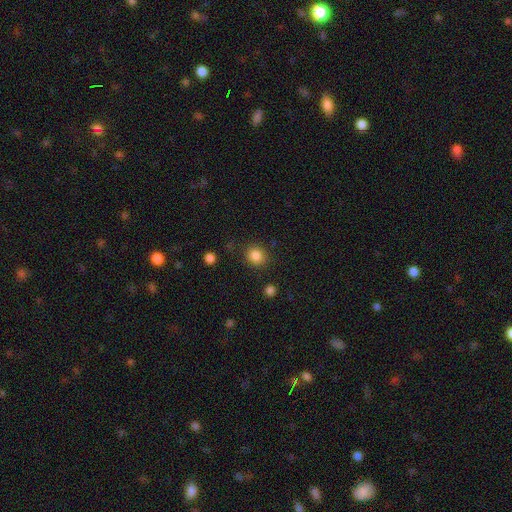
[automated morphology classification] smooth_or_featured: smooth (p=0.85) [alt: star or artifact p=0.11]
how_rounded: round (p=0.79) [alt: in between p=0.21]
merging: none (p=0.85) [alt: minor disturbance p=0.09]